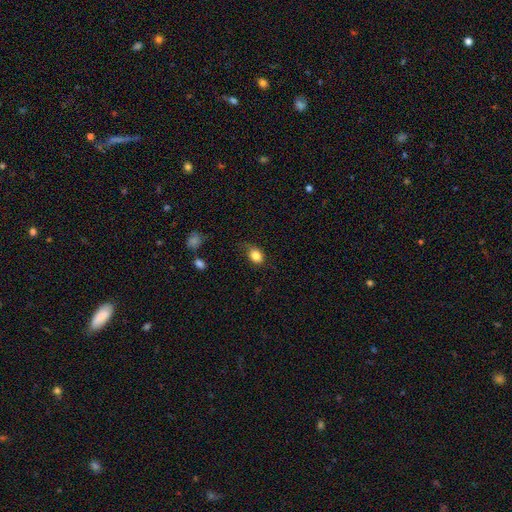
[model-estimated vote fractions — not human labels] A smooth galaxy with no disk features (83%) that is in between round and cigar-shaped (65%). Merging: none (60%).